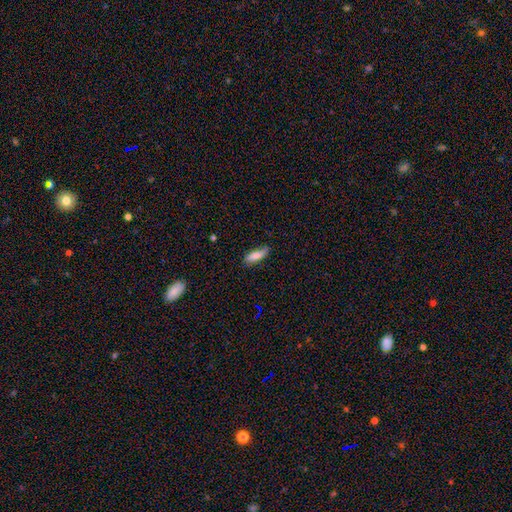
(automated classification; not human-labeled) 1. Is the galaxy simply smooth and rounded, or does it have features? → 74% smooth, 20% featured or disk, 7% star or artifact.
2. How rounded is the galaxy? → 58% in between, 40% cigar-shaped, 2% round.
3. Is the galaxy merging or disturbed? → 62% none, 28% minor disturbance, 7% major disturbance, 2% merger.